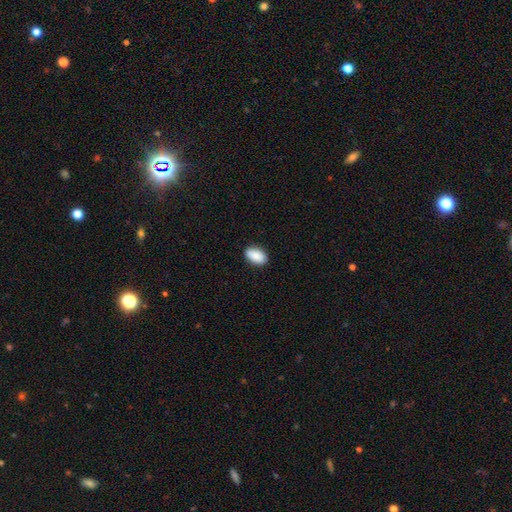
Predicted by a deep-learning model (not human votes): Smooth or featured: smooth — 90% (star or artifact — 7%)
How rounded: in between — 93% (round — 5%)
Merging: none — 87% (minor disturbance — 10%)